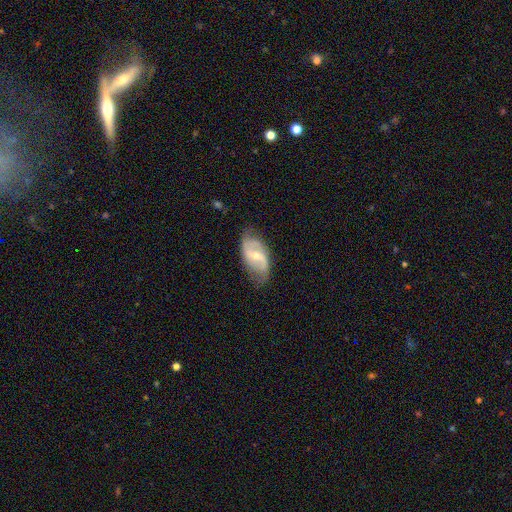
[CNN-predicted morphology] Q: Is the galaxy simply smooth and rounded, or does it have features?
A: featured or disk — 80%.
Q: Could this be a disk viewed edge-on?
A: no — 95%.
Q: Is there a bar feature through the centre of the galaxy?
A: weak — 49%.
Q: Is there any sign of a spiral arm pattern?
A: yes — 91%.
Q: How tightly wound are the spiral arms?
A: loose — 44%.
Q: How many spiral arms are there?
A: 2 — 85%.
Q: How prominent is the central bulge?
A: small — 57%.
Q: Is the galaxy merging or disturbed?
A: none — 72%.